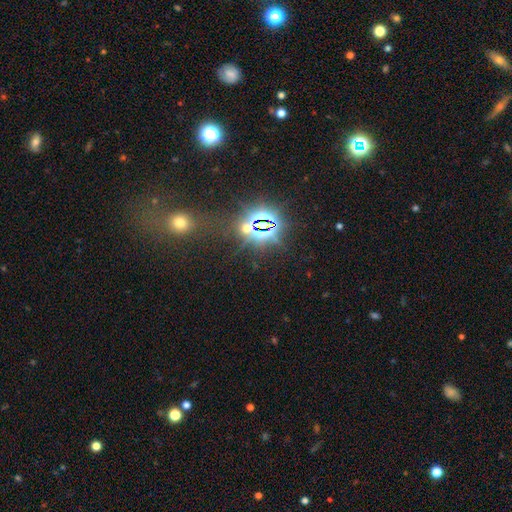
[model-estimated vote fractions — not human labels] Morphology: type=star or artifact (73%).